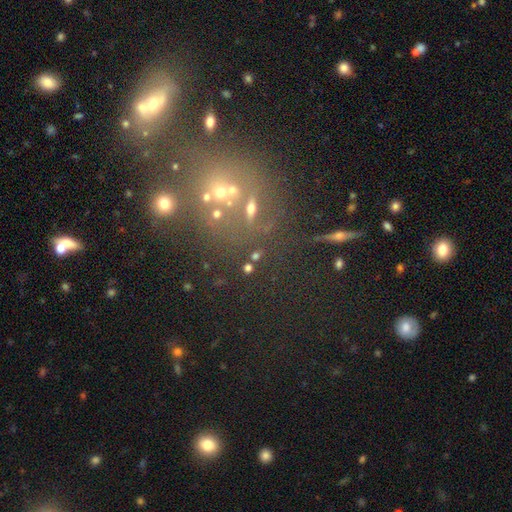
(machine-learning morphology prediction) A smooth galaxy with no disk features (37%). Merging: none (70%).